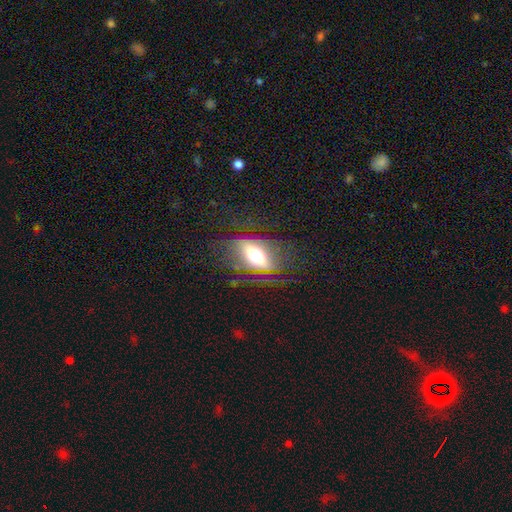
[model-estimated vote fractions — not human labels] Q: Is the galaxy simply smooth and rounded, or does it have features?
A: featured or disk — 58%.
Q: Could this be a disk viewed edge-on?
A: no — 73%.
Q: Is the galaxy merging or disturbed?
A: none — 53%.